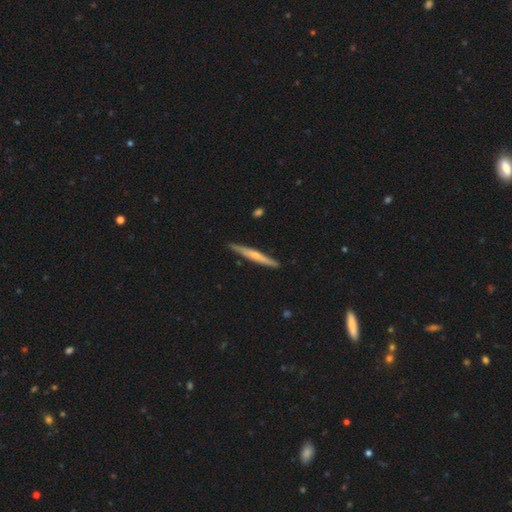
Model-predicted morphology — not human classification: This appears to be a featured or disk galaxy (51%) viewed edge-on (96%). Merging: none (87%).